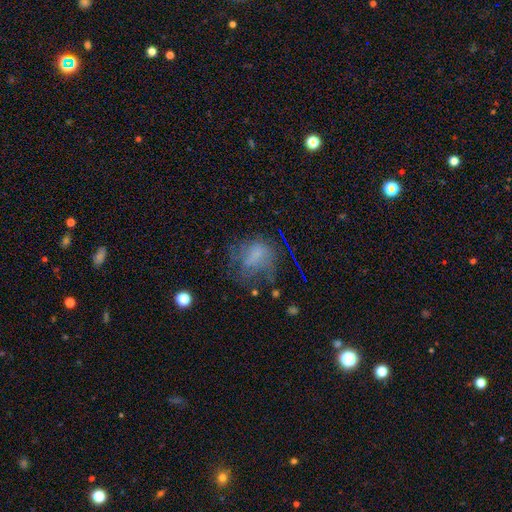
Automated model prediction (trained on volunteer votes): This is marginally a smooth galaxy (45%). Merging: marginally none (44%).